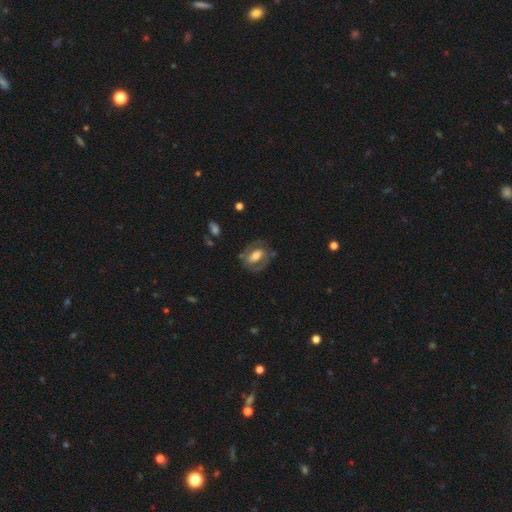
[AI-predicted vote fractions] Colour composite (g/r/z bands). It shows a featured or disk galaxy (54%). Merging: none (68%).